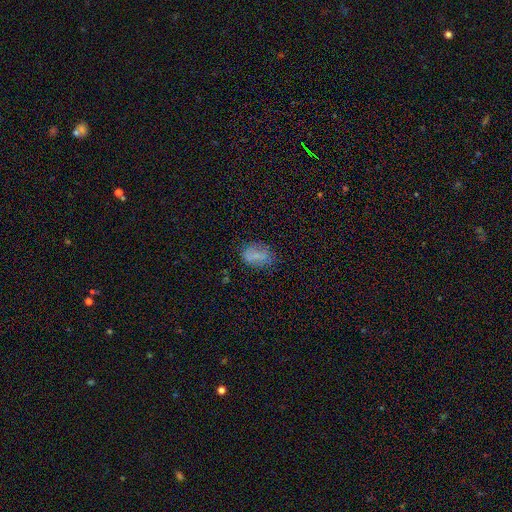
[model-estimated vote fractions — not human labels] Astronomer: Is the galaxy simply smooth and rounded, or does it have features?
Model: smooth — 68%.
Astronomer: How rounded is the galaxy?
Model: in between — 82%.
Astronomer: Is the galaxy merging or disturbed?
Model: none — 69%.